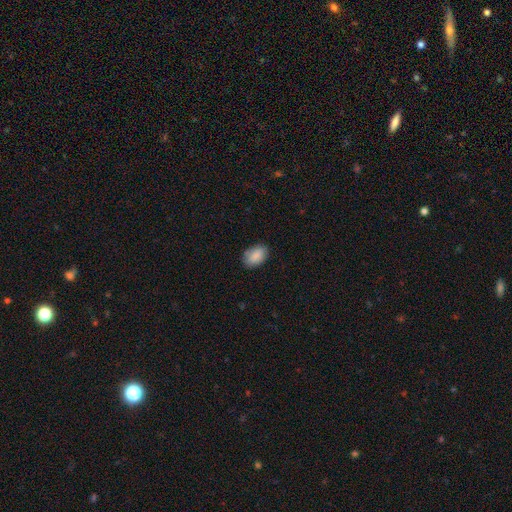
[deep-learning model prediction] Morphology: type=smooth (88%); roundness=in between (90%); merging=none (82%).